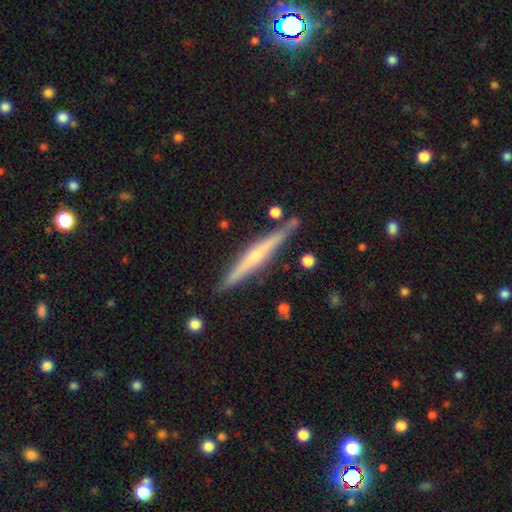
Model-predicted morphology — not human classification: Smooth or featured?
  - featured or disk: 66% *
  - smooth: 28%
  - star or artifact: 6%
Edge-on disk?
  - yes: 97% *
  - no: 3%
Edge-on bulge?
  - rounded: 52% *
  - none: 38%
  - boxy: 10%
Merging?
  - none: 84% *
  - minor disturbance: 10%
  - merger: 3%
  - major disturbance: 2%